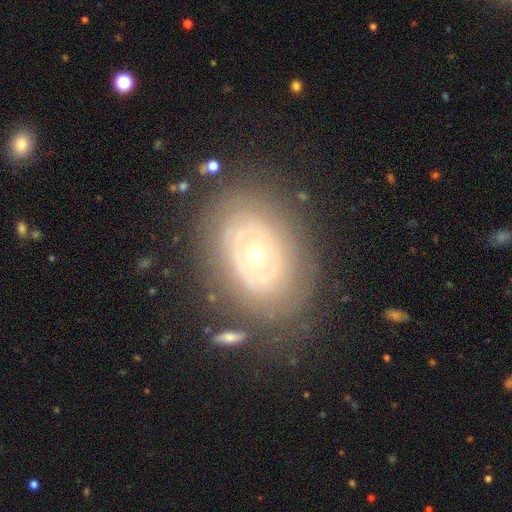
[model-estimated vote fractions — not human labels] featured or disk 70%, smooth 23%, star or artifact 7%. Down the decision tree: edge-on disk — no (95%); bar — no (89%); spiral arms — no (54%); bulge size — small (64%); merging — none (73%).